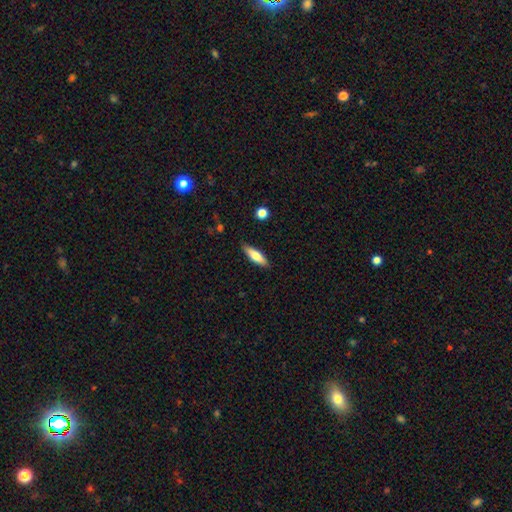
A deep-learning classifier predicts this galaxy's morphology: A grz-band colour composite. It shows a smooth galaxy with no disk features (72%) that is cigar-shaped (56%). Merging: none (85%).